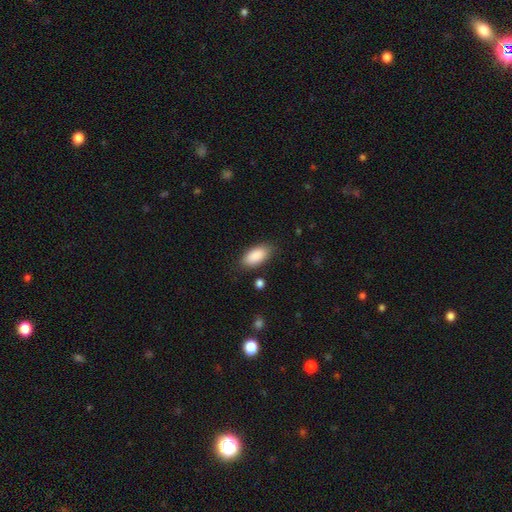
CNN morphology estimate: smooth 89%, star or artifact 6%, featured or disk 5%. Down the decision tree: how rounded — in between (91%); merging — none (81%).